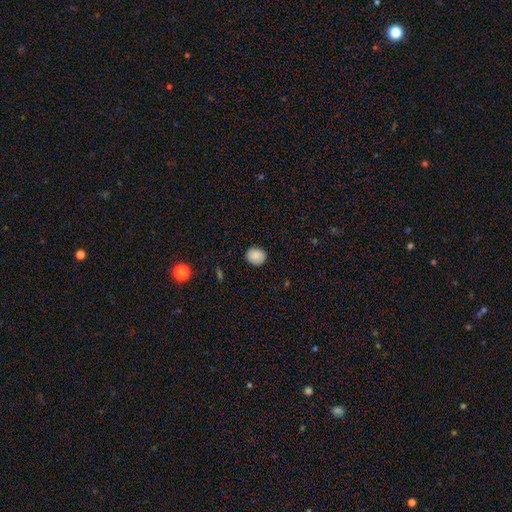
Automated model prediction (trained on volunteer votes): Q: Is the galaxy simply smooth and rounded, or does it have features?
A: smooth — 87%.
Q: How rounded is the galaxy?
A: round — 76%.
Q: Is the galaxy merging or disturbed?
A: none — 87%.